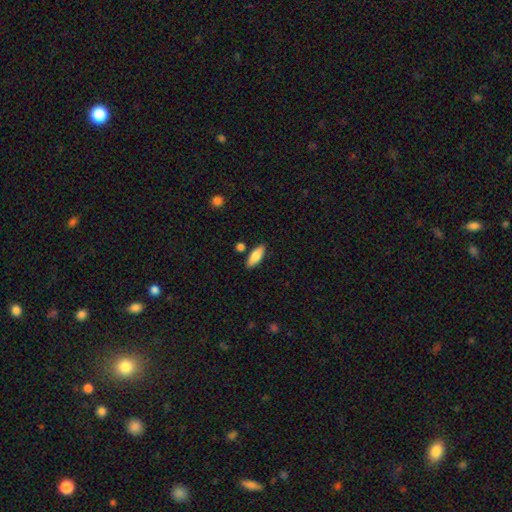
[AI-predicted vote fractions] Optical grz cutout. It shows a smooth galaxy with no disk features (80%) that is in between round and cigar-shaped (70%). Merging: none (83%).